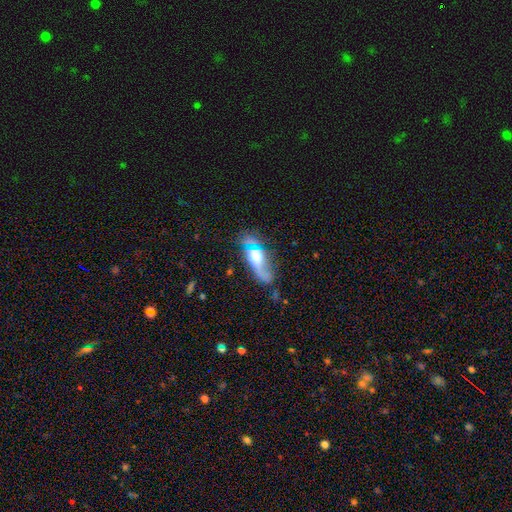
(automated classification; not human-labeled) The model was most divided on "merging": none: 35%, major disturbance: 31%, minor disturbance: 21%, merger: 13%. Remaining: smooth or featured — smooth (47%).